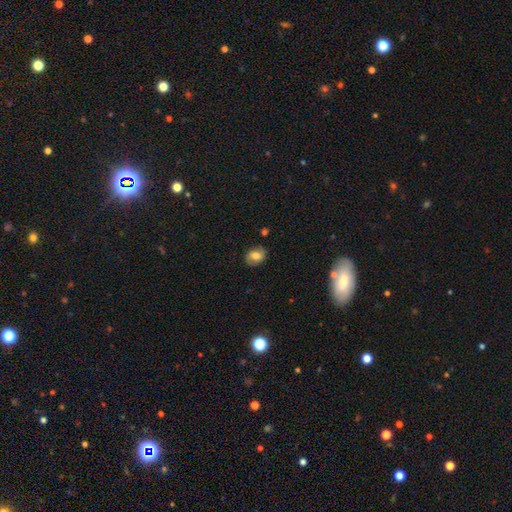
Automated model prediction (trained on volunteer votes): The model was most divided on "how rounded": in between: 59%, round: 40%, cigar-shaped: 1%. More confident: merging — none (80%); smooth or featured — smooth (64%).